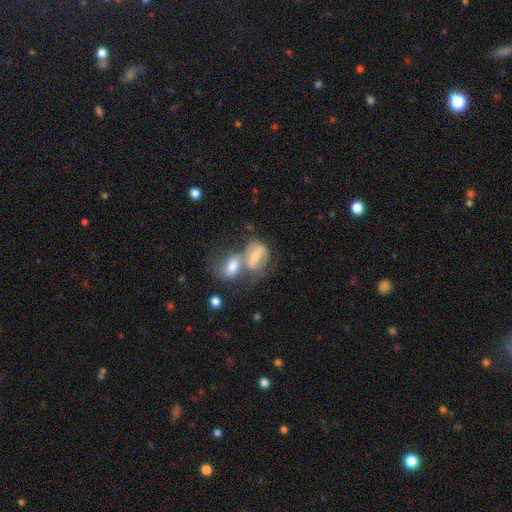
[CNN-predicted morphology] smooth-or-featured: featured or disk: 50% | smooth: 42% | star or artifact: 8%
  merging: merger: 65% | none: 17% | minor disturbance: 9% | major disturbance: 9%